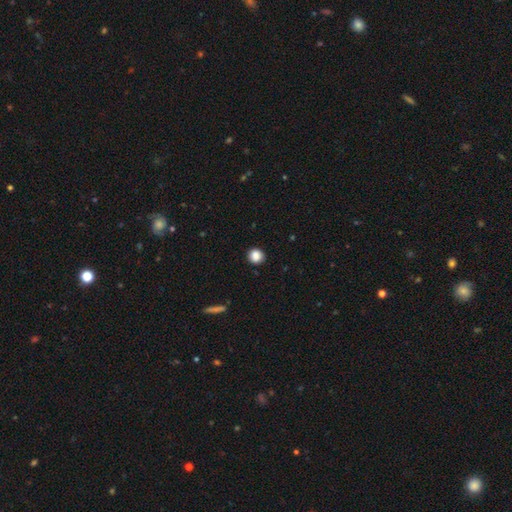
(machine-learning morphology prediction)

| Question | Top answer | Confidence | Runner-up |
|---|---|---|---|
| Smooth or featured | smooth | 87% | star or artifact (10%) |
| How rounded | round | 89% | in between (10%) |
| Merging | none | 90% | minor disturbance (7%) |